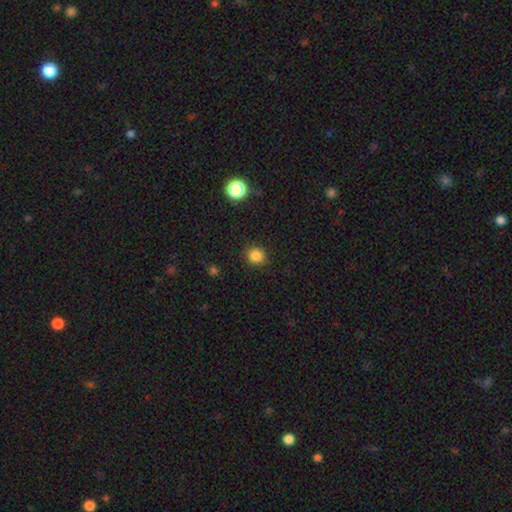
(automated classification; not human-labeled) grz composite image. It shows a smooth galaxy with no disk features (84%) that is round (87%). Merging: none (89%).